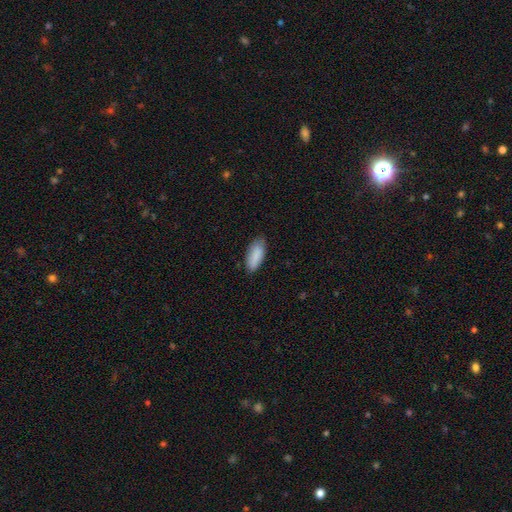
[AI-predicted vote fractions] Overall: smooth (87%). How rounded: in between (81%). Merging: none (76%).